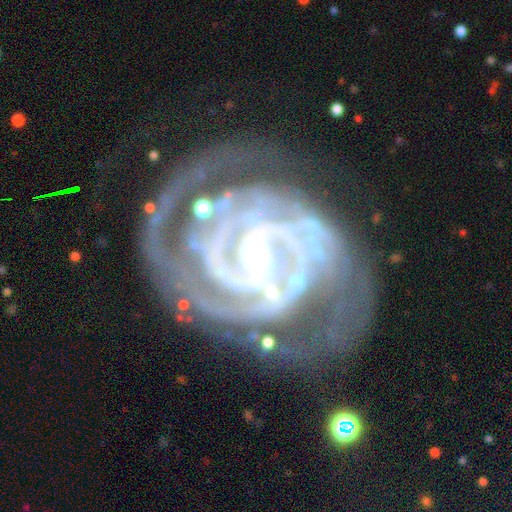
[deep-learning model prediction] smooth_or_featured: featured or disk (p=0.92) [alt: star or artifact p=0.05]
disk_edge_on: no (p=0.98) [alt: yes p=0.02]
bar: no (p=0.54) [alt: weak p=0.27]
has_spiral_arms: yes (p=0.97) [alt: no p=0.03]
spiral_winding: tight (p=0.65) [alt: medium p=0.29]
spiral_arm_count: 2 (p=0.36) [alt: 3 p=0.22]
bulge_size: moderate (p=0.59) [alt: small p=0.34]
merging: none (p=0.51) [alt: major disturbance p=0.23]